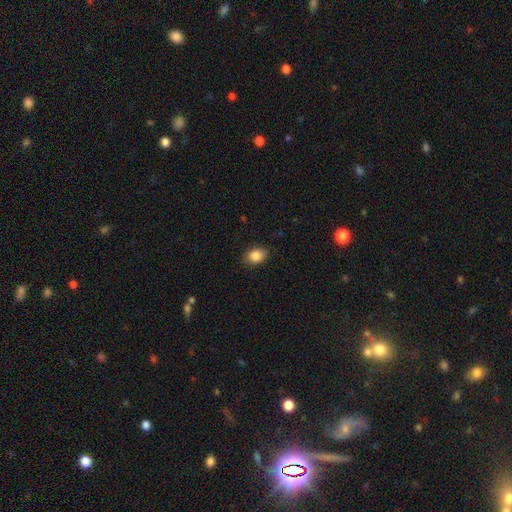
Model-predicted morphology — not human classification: type=smooth (87%); roundness=in between (68%); merging=none (87%).